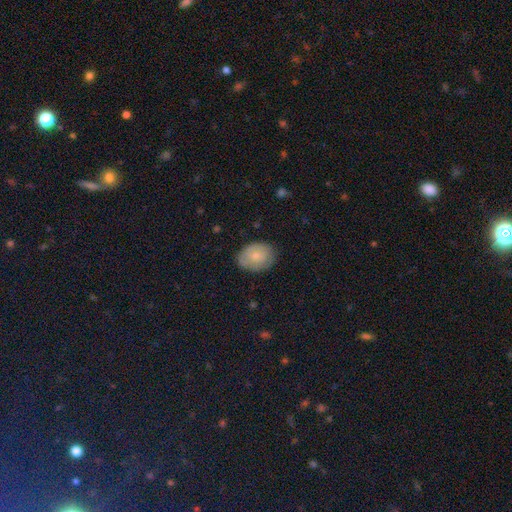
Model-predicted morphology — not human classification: A smooth galaxy with no disk features (72%) that is in between round and cigar-shaped (67%).

Vote fractions:
- Smooth or featured? smooth: 72% / featured or disk: 22% / star or artifact: 7%
- How rounded? in between: 67% / round: 32% / cigar-shaped: 1%
- Merging? none: 76% / minor disturbance: 19% / major disturbance: 4% / merger: 1%